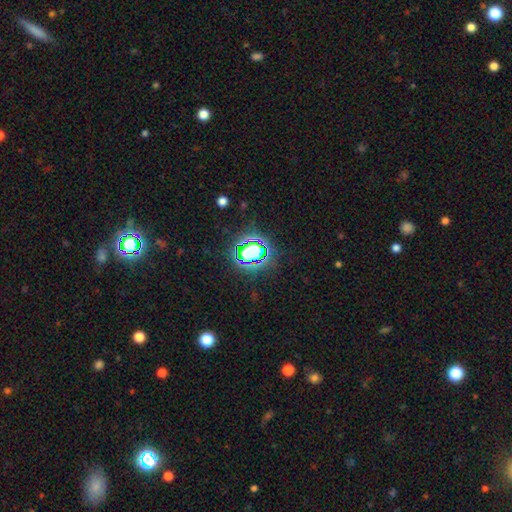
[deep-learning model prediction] Overall: star or artifact (62%; smooth 26%).